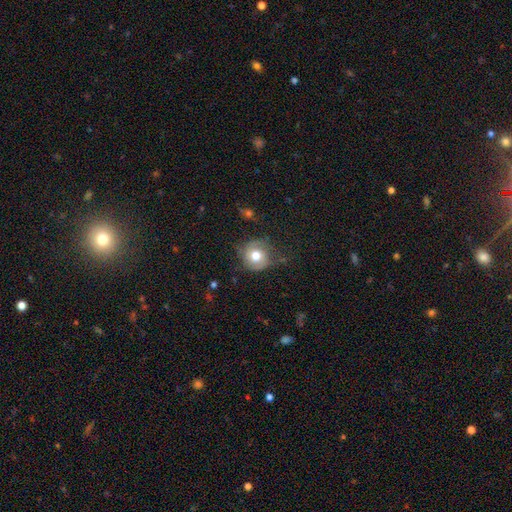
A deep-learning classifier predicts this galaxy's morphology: This appears to be a smooth galaxy with no disk features (63%) that is round (88%). Merging: none (64%).